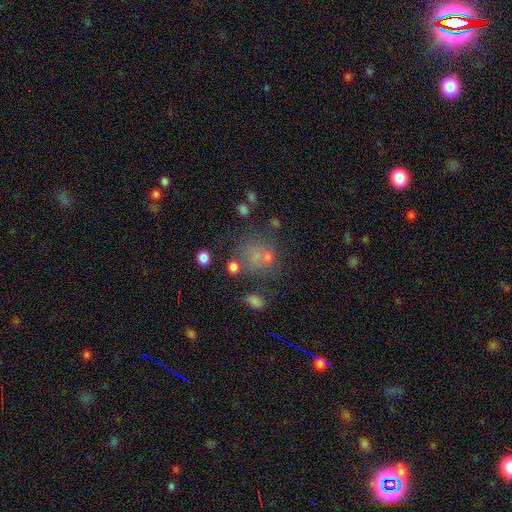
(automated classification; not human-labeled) Q: Smooth or featured?
A: smooth (55%); runner-up: star or artifact (29%)
Q: How rounded?
A: round (76%); runner-up: in between (23%)
Q: Merging?
A: none (54%); runner-up: merger (16%)